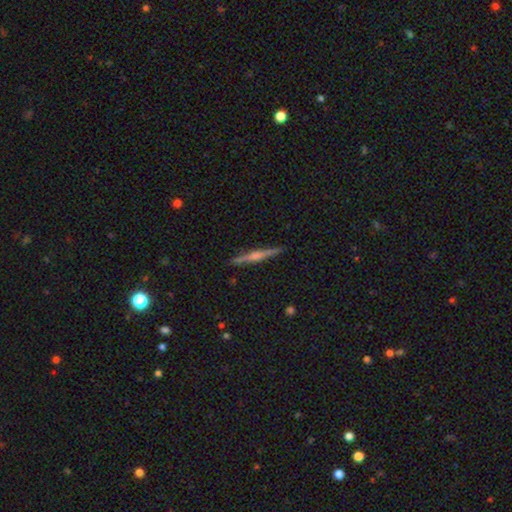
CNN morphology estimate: Smooth or featured? featured or disk (74%)
Edge-on disk? yes (98%)
Edge-on bulge? rounded (81%)
Merging? none (91%)